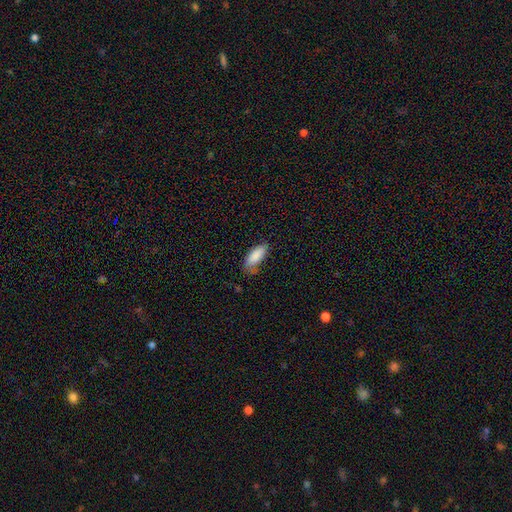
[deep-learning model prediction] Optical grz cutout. It shows a smooth galaxy with no disk features (86%) that is in between round and cigar-shaped (78%). Merging: none (56%).